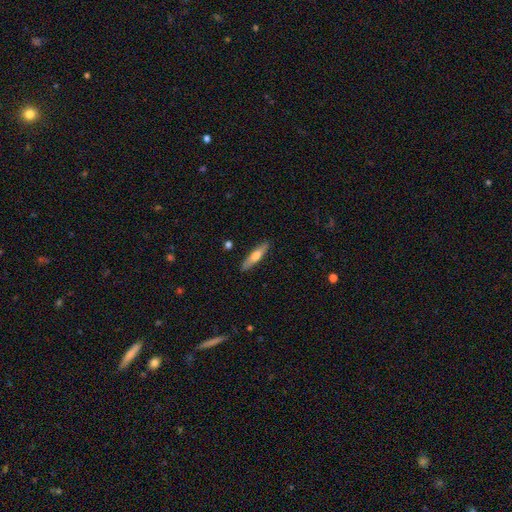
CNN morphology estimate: smooth 57%, featured or disk 37%, star or artifact 6%. Down the decision tree: how rounded — cigar-shaped (82%); merging — none (88%).